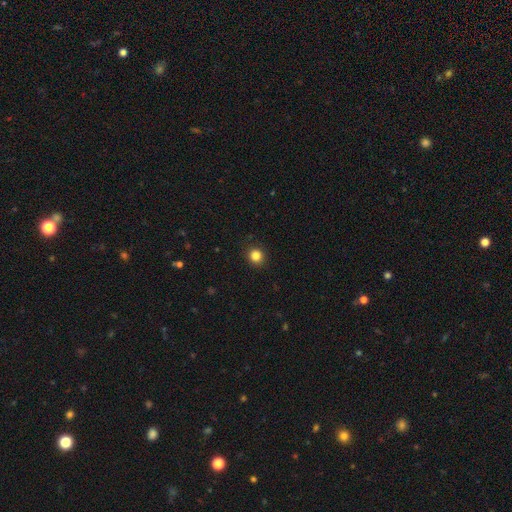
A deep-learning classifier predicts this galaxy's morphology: Q: Smooth or featured?
A: smooth (84%); runner-up: star or artifact (12%)
Q: How rounded?
A: round (90%); runner-up: in between (9%)
Q: Merging?
A: none (92%); runner-up: minor disturbance (6%)